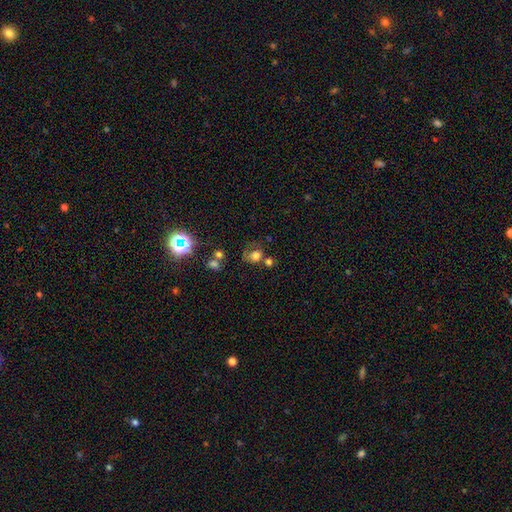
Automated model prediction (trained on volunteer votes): Smooth or featured: smooth — 64% (featured or disk — 19%)
How rounded: round — 67% (in between — 32%)
Merging: none — 38% (merger — 23%)